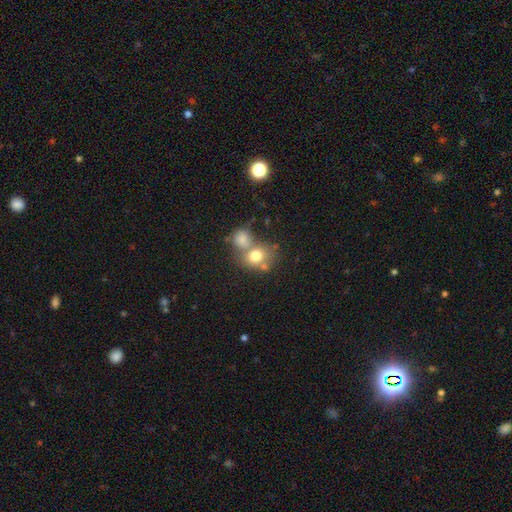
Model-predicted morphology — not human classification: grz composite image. It shows a smooth galaxy with no disk features (74%) that is round (67%). Merging: merger (48%).